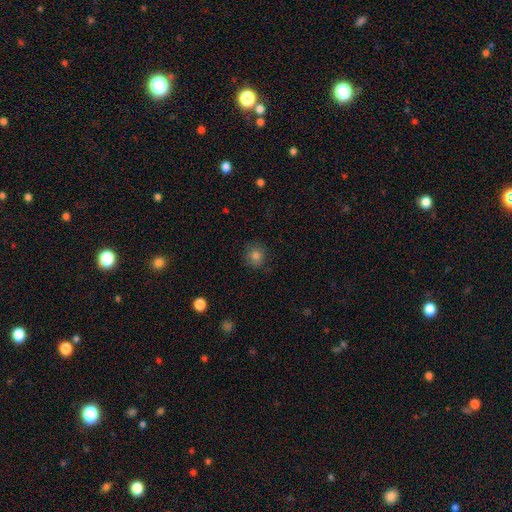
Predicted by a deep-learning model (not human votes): Morphology: type=smooth (81%); roundness=round (88%); merging=none (85%).